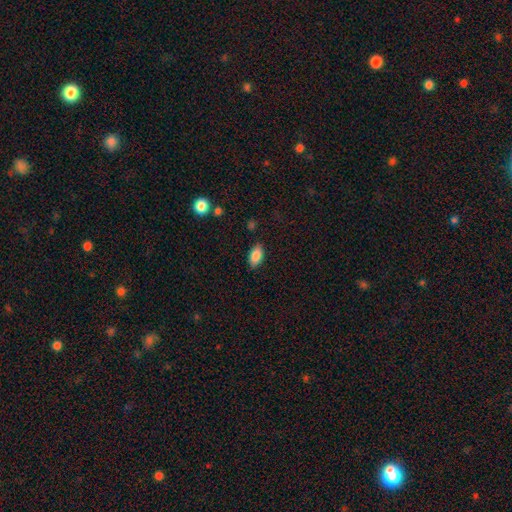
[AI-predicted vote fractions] smooth 85%, star or artifact 8%, featured or disk 7%. Down the decision tree: how rounded — in between (90%); merging — none (83%).